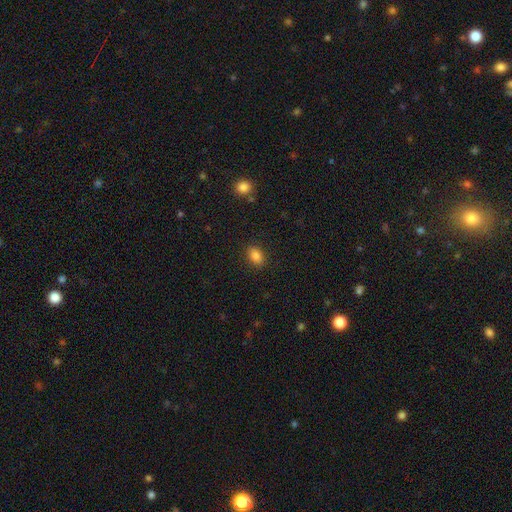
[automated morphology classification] This is clearly a smooth galaxy (85%). How rounded: clearly in between (81%). Merging: clearly none (88%).